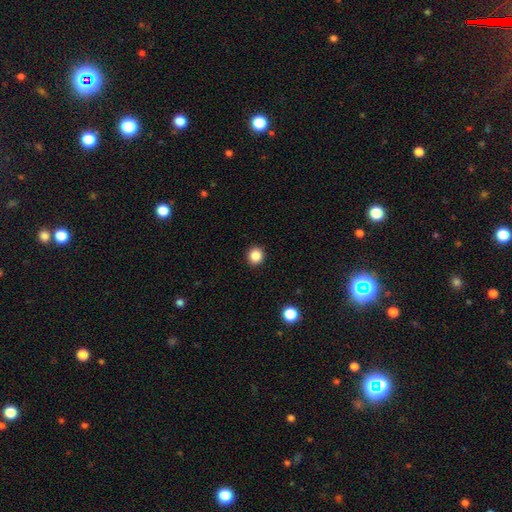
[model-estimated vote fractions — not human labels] Overall: smooth (86%). How rounded: round (89%). Merging: none (93%).